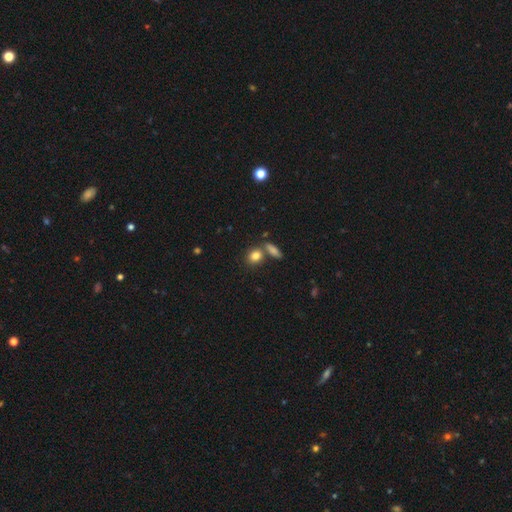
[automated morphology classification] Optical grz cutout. It shows a smooth galaxy with no disk features (83%) that is round (55%). Merging: none (62%).